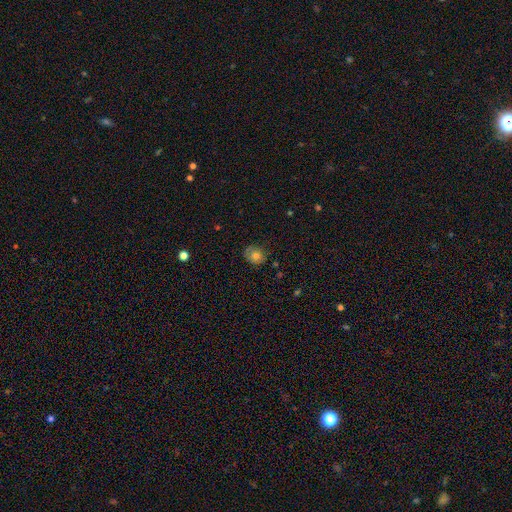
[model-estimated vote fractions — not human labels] smooth 70%, featured or disk 19%, star or artifact 11%. Down the decision tree: how rounded — round (68%); merging — none (73%).